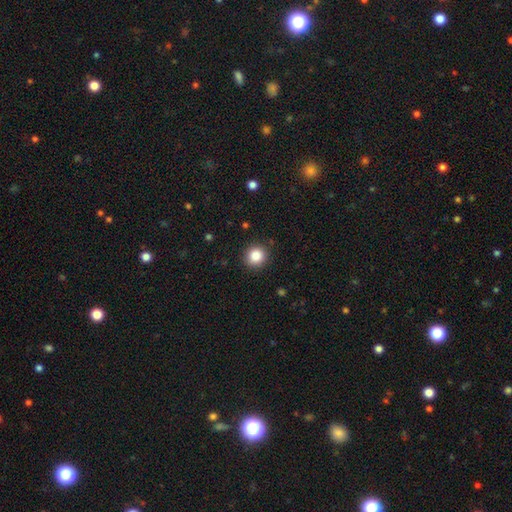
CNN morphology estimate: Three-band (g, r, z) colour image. It shows a smooth galaxy with no disk features (86%) that is round (89%). Merging: none (90%).